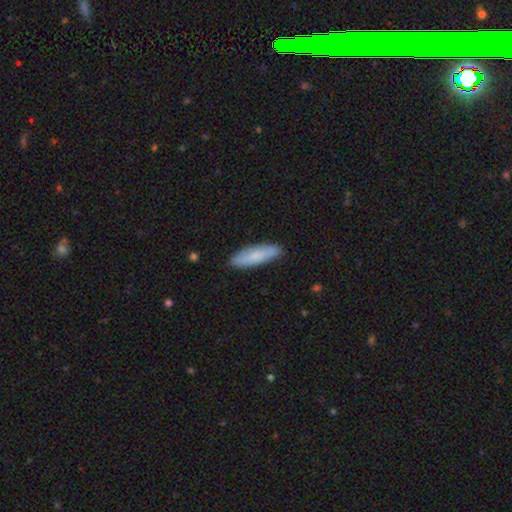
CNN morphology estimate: The model was most divided on "how rounded": cigar-shaped: 58%, in between: 40%, round: 2%. More confident: merging — none (87%); smooth or featured — smooth (76%).